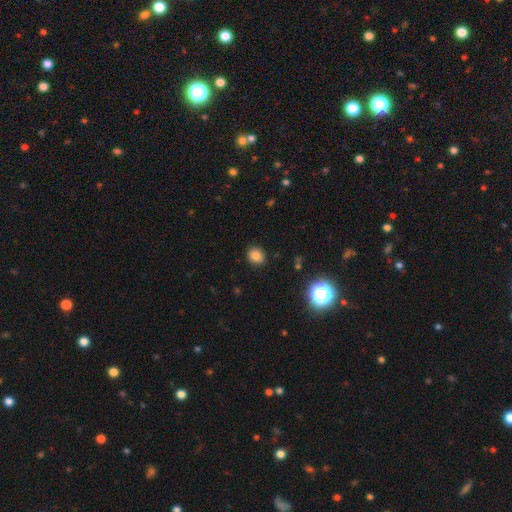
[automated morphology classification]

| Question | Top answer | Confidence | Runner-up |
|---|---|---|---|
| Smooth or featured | smooth | 82% | star or artifact (13%) |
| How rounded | round | 63% | in between (36%) |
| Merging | none | 88% | minor disturbance (9%) |